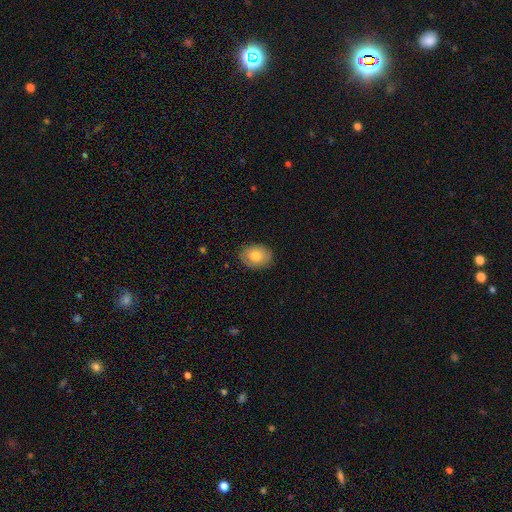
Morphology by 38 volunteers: A smooth galaxy with no disk features (84%) that is in between round and cigar-shaped (66%). Merging: none (76%).